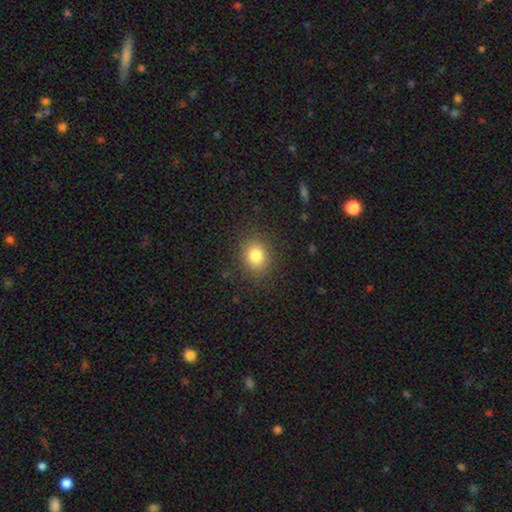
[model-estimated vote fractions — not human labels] This is clearly a smooth galaxy (82%). How rounded: possibly round (58%). Merging: clearly none (86%).